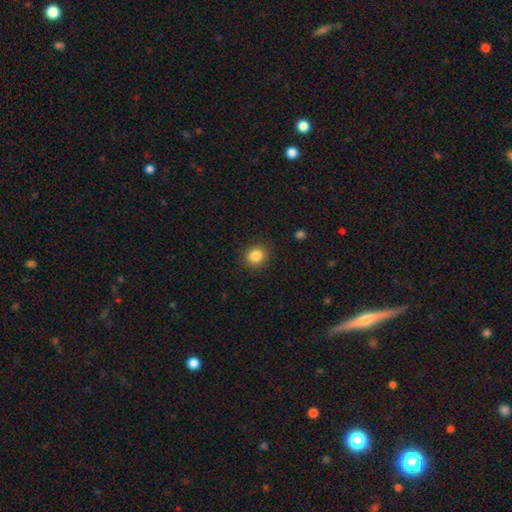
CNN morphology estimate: A smooth galaxy with no disk features (85%) that is round (81%).

Vote fractions:
- Smooth or featured? smooth: 85% / star or artifact: 10% / featured or disk: 5%
- How rounded? round: 81% / in between: 18% / cigar-shaped: 1%
- Merging? none: 89% / minor disturbance: 7% / major disturbance: 3% / merger: 1%